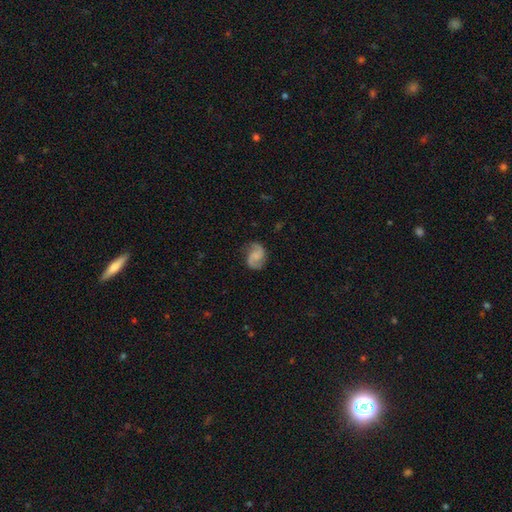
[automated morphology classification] A featured or disk galaxy (74%) with no bar (55%), 2 (92%) medium (46%) spiral arms (96%) and no central bulge (41%).

Vote fractions:
- Smooth or featured? featured or disk: 74% / smooth: 19% / star or artifact: 7%
- Edge-on disk? no: 98% / yes: 2%
- Bar? no: 55% / weak: 37% / strong: 7%
- Spiral arms? yes: 96% / no: 4%
- Spiral winding? medium: 46% / loose: 39% / tight: 15%
- Spiral arm count? 2: 92% / can't tell: 3% / 1: 3% / 3: 1% / 4: 1% / more than 4: 1%
- Bulge size? none: 41% / small: 34% / moderate: 20% / large: 4% / dominant: 1%
- Merging? none: 78% / minor disturbance: 15% / major disturbance: 5% / merger: 1%